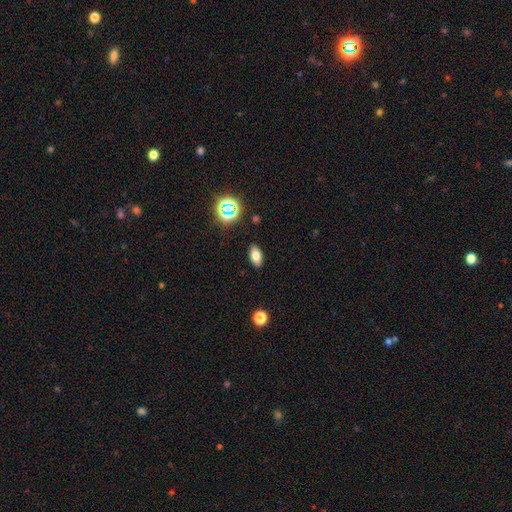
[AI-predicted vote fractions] Smooth or featured: smooth — 75% (star or artifact — 14%)
How rounded: in between — 89% (round — 6%)
Merging: none — 88% (minor disturbance — 9%)